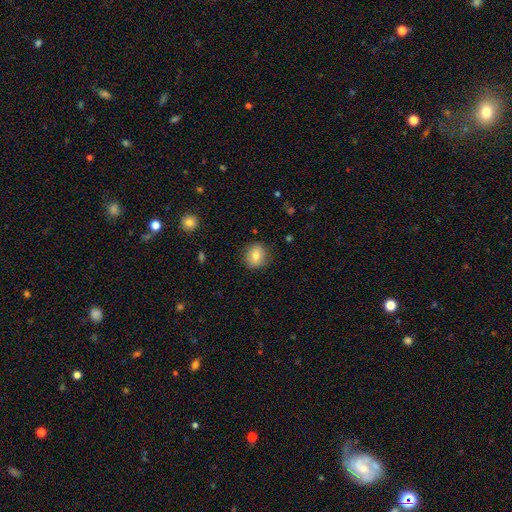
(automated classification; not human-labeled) Smooth or featured?
  - smooth: 78% *
  - featured or disk: 13%
  - star or artifact: 9%
How rounded?
  - round: 77% *
  - in between: 22%
  - cigar-shaped: 1%
Merging?
  - none: 85% *
  - minor disturbance: 11%
  - major disturbance: 3%
  - merger: 1%